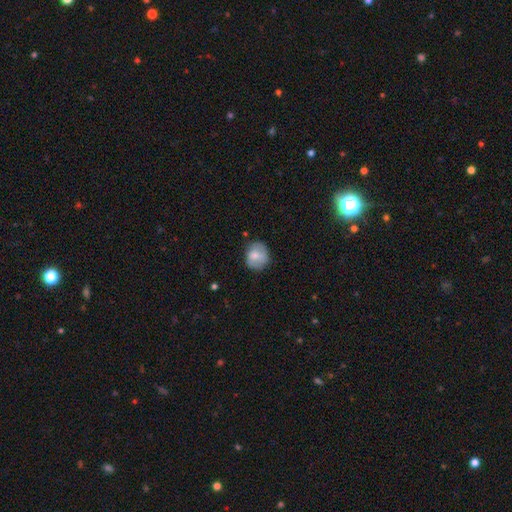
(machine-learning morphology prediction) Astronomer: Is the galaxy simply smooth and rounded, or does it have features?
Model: smooth — 68%.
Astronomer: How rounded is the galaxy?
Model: round — 71%.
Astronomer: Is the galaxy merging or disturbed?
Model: none — 68%.